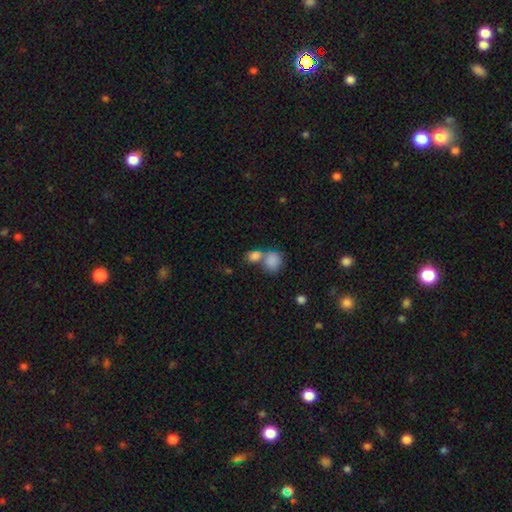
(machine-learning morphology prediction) A smooth galaxy with no disk features (83%) that is in between round and cigar-shaped (51%).

Vote fractions:
- Smooth or featured? smooth: 83% / star or artifact: 9% / featured or disk: 8%
- How rounded? in between: 51% / round: 48% / cigar-shaped: 2%
- Merging? merger: 57% / none: 30% / minor disturbance: 8% / major disturbance: 4%